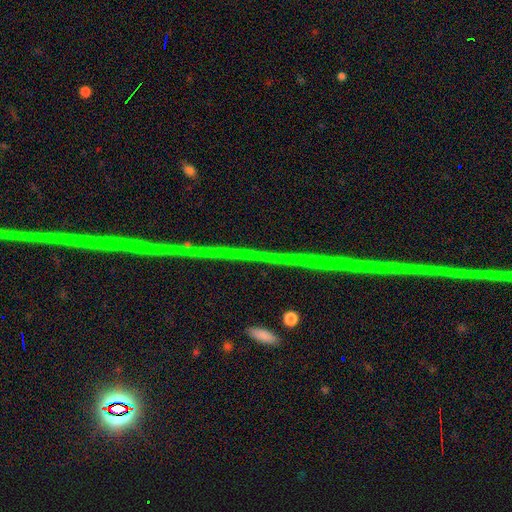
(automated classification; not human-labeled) Smooth or featured? star or artifact (70%)